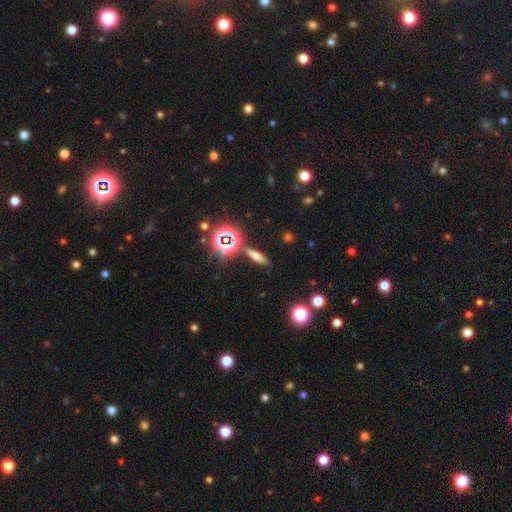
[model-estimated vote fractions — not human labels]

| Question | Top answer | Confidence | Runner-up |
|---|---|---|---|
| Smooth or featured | smooth | 47% | featured or disk (28%) |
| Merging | none | 82% | minor disturbance (9%) |